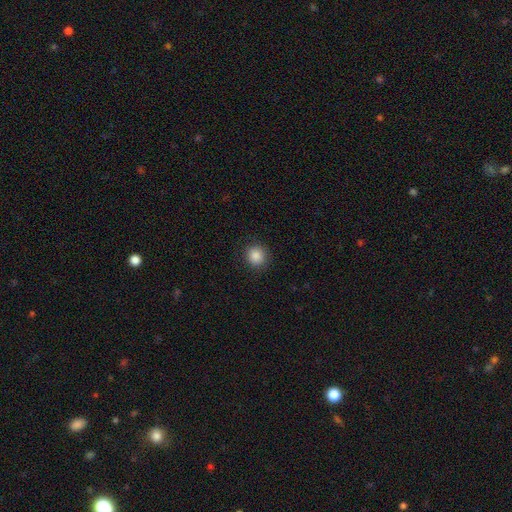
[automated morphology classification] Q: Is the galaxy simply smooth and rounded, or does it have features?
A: smooth — 87%.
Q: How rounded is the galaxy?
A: round — 92%.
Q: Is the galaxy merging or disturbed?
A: none — 90%.